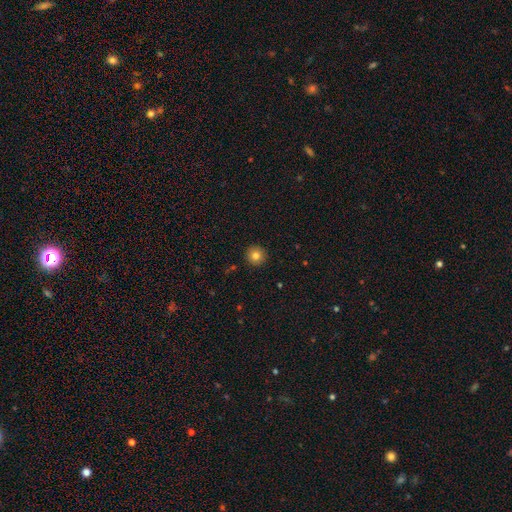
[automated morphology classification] This appears to be a smooth galaxy with no disk features (80%) that is round (95%). Merging: none (92%).